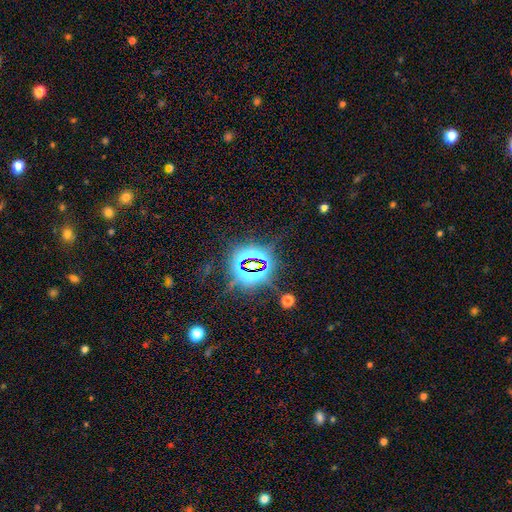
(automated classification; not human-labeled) This appears to be a star or artifact, not a galaxy (81%).